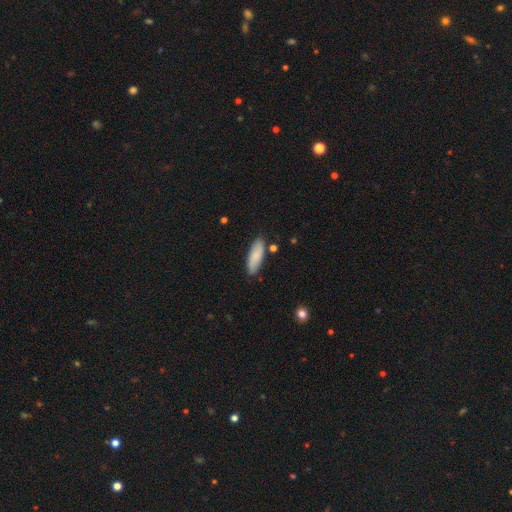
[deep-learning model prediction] The model was most divided on "how rounded": in between: 63%, cigar-shaped: 35%, round: 2%. More confident: merging — none (84%); smooth or featured — smooth (83%).